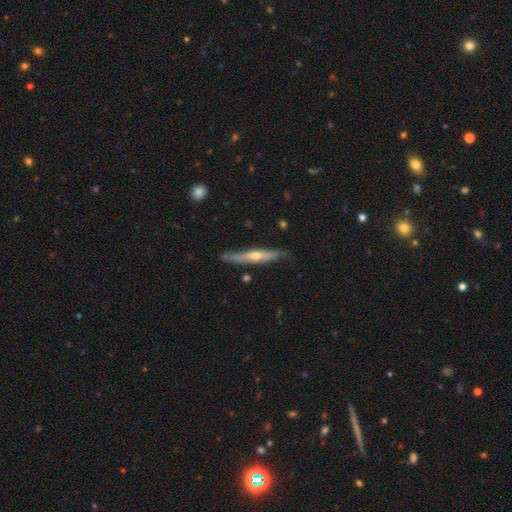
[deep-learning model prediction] This is likely a featured or disk galaxy (66%). It is clearly viewed edge-on (92%). Edge-on bulge: clearly rounded (80%). Merging: clearly none (80%).